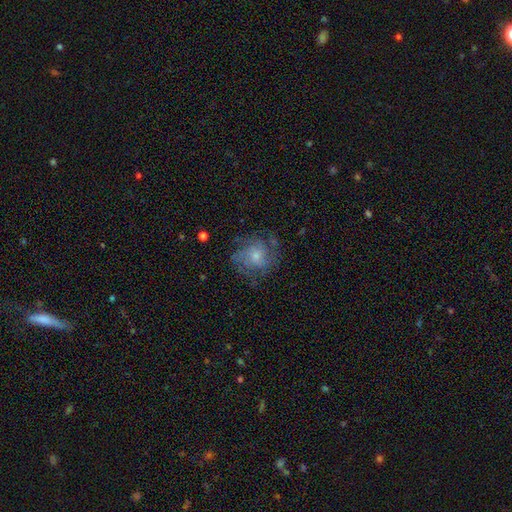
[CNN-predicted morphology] Smooth or featured: featured or disk — 65% (smooth — 22%)
Edge-on disk: no — 97% (yes — 3%)
Bar: no — 75% (weak — 22%)
Spiral arms: yes — 88% (no — 12%)
Spiral winding: tight — 44% (medium — 41%)
Spiral arm count: can't tell — 37% (3 — 20%)
Bulge size: small — 53% (moderate — 38%)
Merging: none — 73% (minor disturbance — 16%)